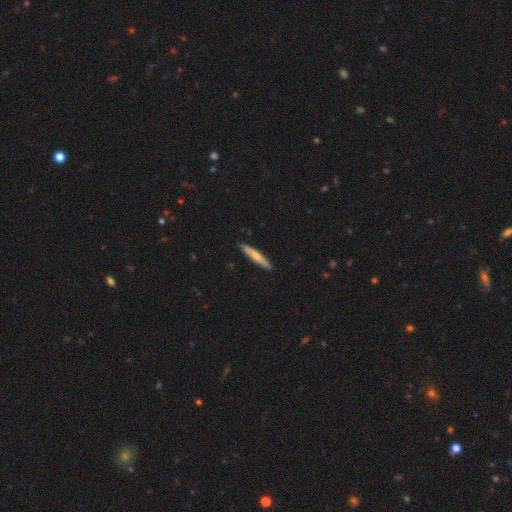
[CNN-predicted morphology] smooth_or_featured: smooth (p=0.62) [alt: featured or disk p=0.33]
how_rounded: cigar-shaped (p=0.94) [alt: in between p=0.05]
merging: none (p=0.91) [alt: minor disturbance p=0.07]